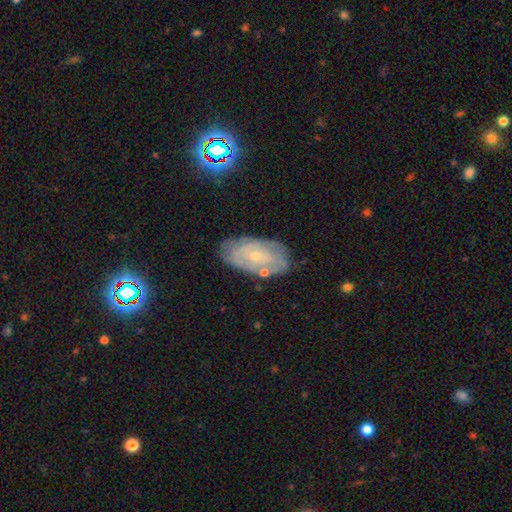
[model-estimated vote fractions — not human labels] smooth-or-featured: featured or disk: 71% | smooth: 21% | star or artifact: 9%
  disk-edge-on: no: 94% | yes: 6%
    bar: no: 66% | weak: 28% | strong: 6%
    has-spiral-arms: yes: 78% | no: 22%
      spiral-winding: tight: 68% | medium: 25% | loose: 8%
      spiral-arm-count: can't tell: 53% | 2: 25% | 3: 9% | 4: 5% | 1: 4% | more than 4: 3%
    bulge-size: small: 76% | moderate: 19% | none: 3% | large: 1% | dominant: 1%
  merging: none: 72% | minor disturbance: 19% | major disturbance: 5% | merger: 4%